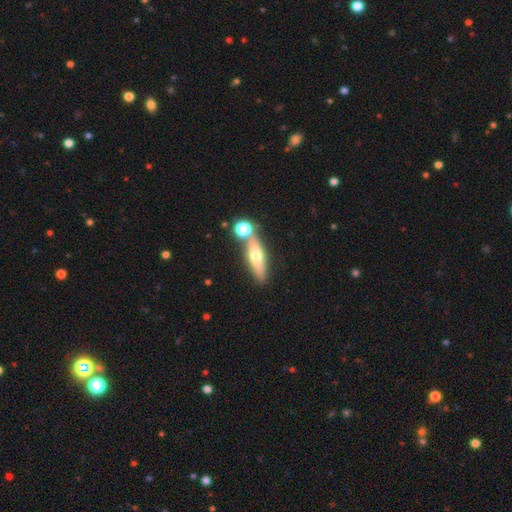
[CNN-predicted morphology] A smooth galaxy with no disk features (52%) that is cigar-shaped (56%). Merging: none (64%).